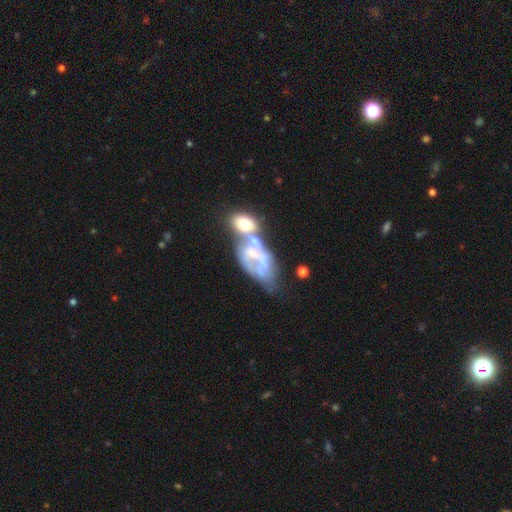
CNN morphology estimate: Smooth or featured?
  - featured or disk: 65% *
  - smooth: 24%
  - star or artifact: 11%
Edge-on disk?
  - no: 95% *
  - yes: 5%
Bar?
  - no: 75% *
  - weak: 17%
  - strong: 9%
Spiral arms?
  - no: 76% *
  - yes: 24%
Bulge size?
  - none: 47% *
  - small: 27%
  - moderate: 19%
  - large: 5%
  - dominant: 2%
Merging?
  - merger: 48% *
  - major disturbance: 22%
  - none: 16%
  - minor disturbance: 13%